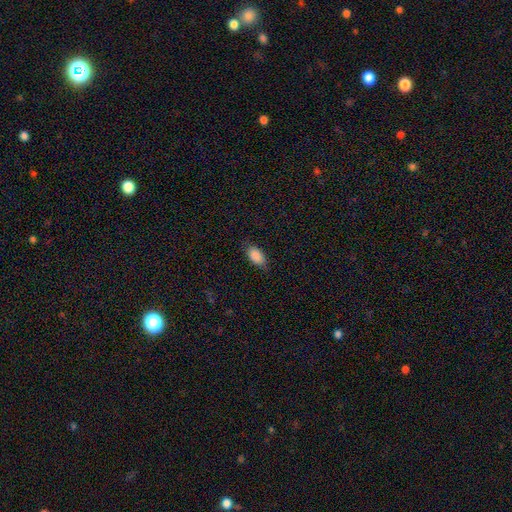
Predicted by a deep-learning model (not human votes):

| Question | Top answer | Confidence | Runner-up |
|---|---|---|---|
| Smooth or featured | smooth | 88% | star or artifact (7%) |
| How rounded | in between | 93% | cigar-shaped (4%) |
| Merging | none | 77% | minor disturbance (18%) |